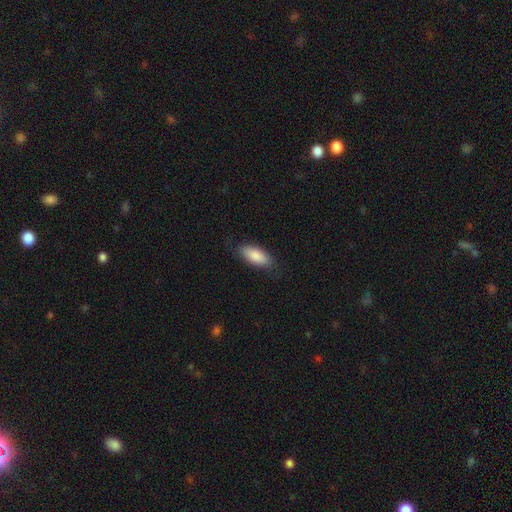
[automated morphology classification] Q: Smooth or featured?
A: smooth (86%); runner-up: featured or disk (8%)
Q: How rounded?
A: in between (84%); runner-up: cigar-shaped (15%)
Q: Merging?
A: none (81%); runner-up: minor disturbance (15%)